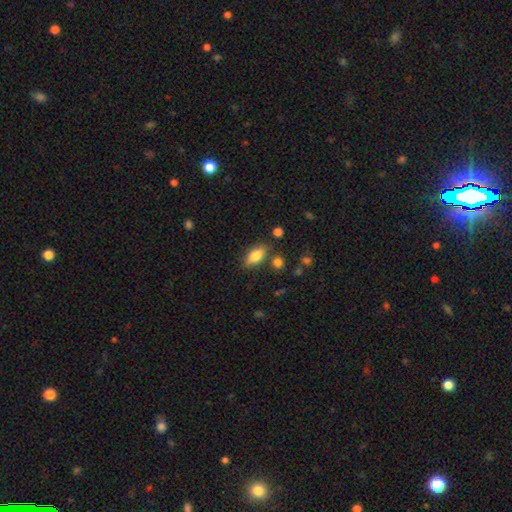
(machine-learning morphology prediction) smooth 77%, featured or disk 15%, star or artifact 8%. Down the decision tree: how rounded — in between (82%); merging — none (80%).